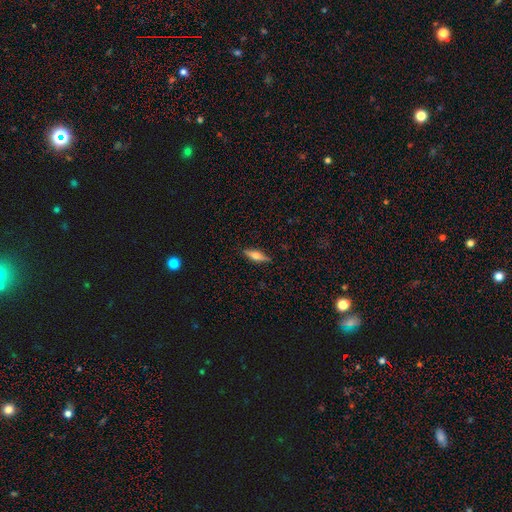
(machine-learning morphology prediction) This appears to be a smooth galaxy with no disk features (49%). Merging: none (87%).